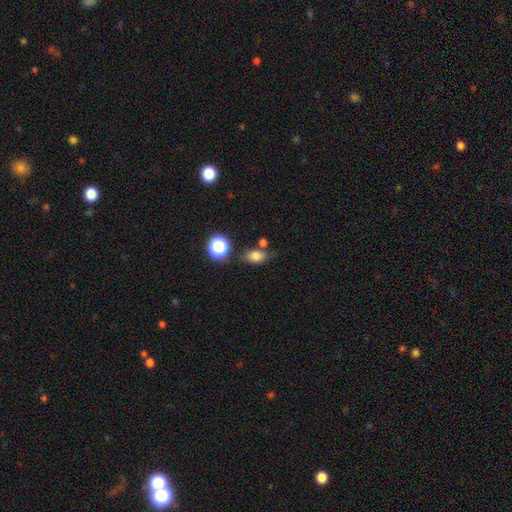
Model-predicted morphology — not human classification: Smooth or featured? smooth (77%)
How rounded? in between (75%)
Merging? none (65%)